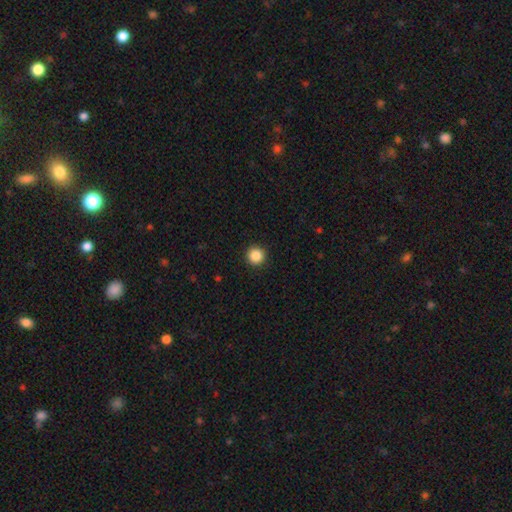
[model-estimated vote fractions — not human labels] smooth_or_featured: smooth (p=0.87) [alt: star or artifact p=0.10]
how_rounded: round (p=0.96) [alt: in between p=0.03]
merging: none (p=0.93) [alt: minor disturbance p=0.04]